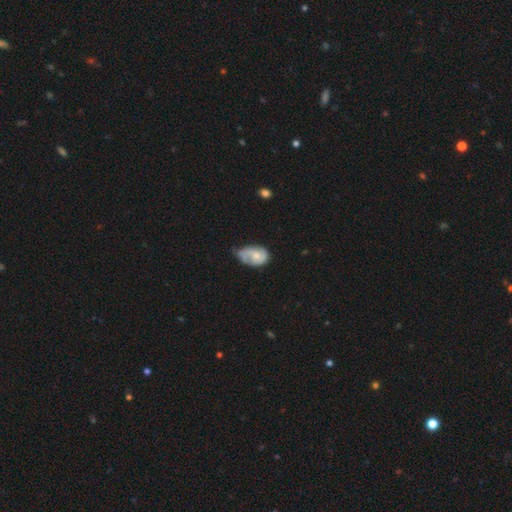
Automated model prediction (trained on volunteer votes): Smooth or featured? featured or disk (48%)
Merging? minor disturbance (46%)